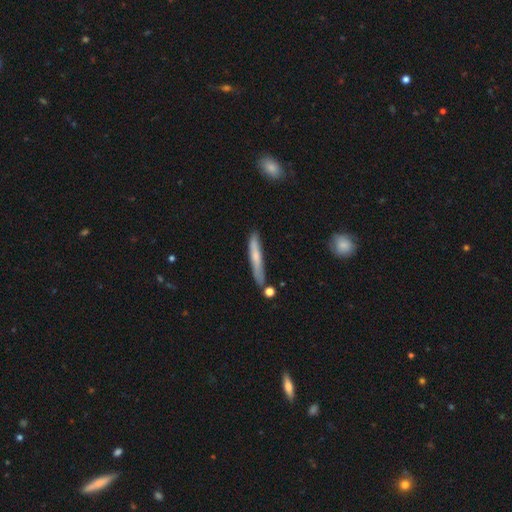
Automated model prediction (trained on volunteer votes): Smooth or featured?
  - smooth: 59% *
  - featured or disk: 35%
  - star or artifact: 6%
How rounded?
  - cigar-shaped: 94% *
  - in between: 4%
  - round: 2%
Merging?
  - none: 77% *
  - minor disturbance: 15%
  - merger: 5%
  - major disturbance: 3%